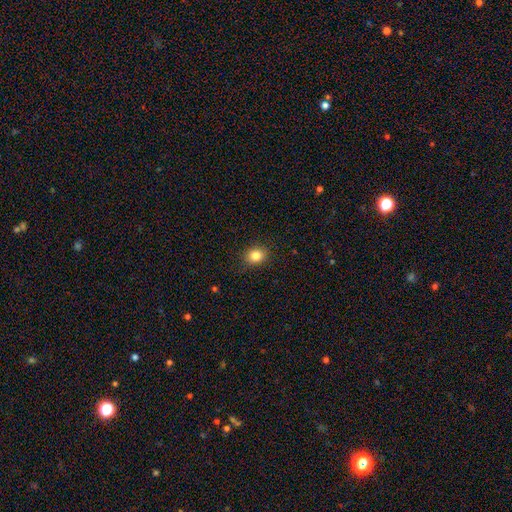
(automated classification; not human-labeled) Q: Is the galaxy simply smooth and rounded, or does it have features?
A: smooth — 83%.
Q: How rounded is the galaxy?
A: round — 62%.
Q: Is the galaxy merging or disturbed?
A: none — 88%.